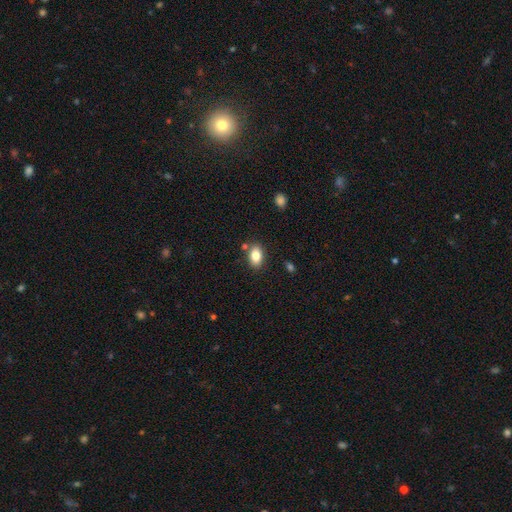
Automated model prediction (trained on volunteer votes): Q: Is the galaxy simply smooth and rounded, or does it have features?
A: smooth — 83%.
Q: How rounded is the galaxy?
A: in between — 87%.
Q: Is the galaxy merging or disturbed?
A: none — 80%.